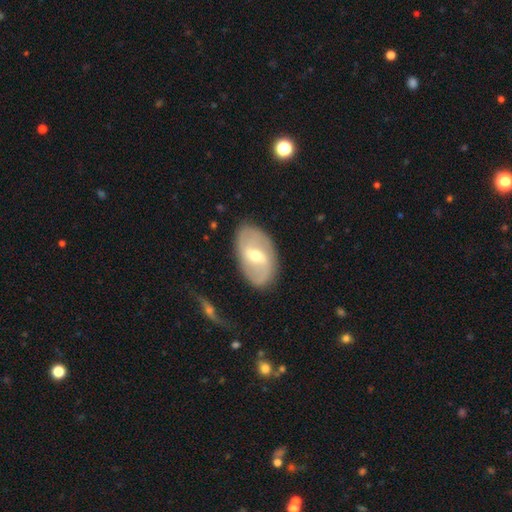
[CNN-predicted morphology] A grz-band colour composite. It shows a featured or disk galaxy (68%) with a weak bar (51%), spiral arms (74%) and a moderate central bulge (63%). Merging: none (81%).